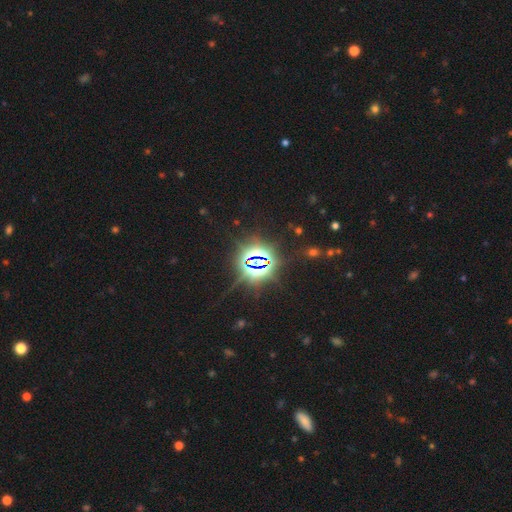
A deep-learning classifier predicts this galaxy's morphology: The model was most divided on "smooth or featured": star or artifact: 84%, smooth: 10%, featured or disk: 7%.